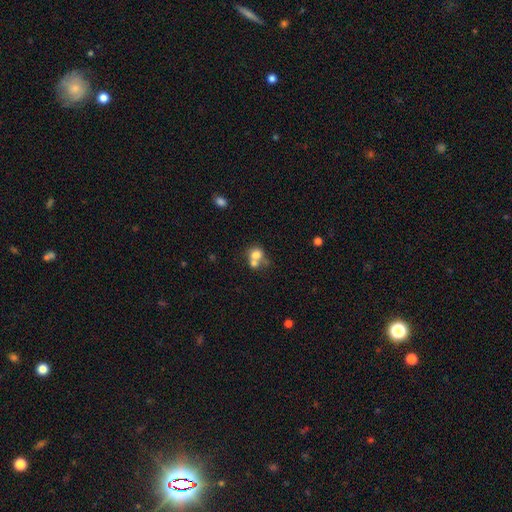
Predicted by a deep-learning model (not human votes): The model was most divided on "merging": merger: 59%, none: 29%, minor disturbance: 8%, major disturbance: 5%. More confident: smooth or featured — smooth (73%); how rounded — round (71%).